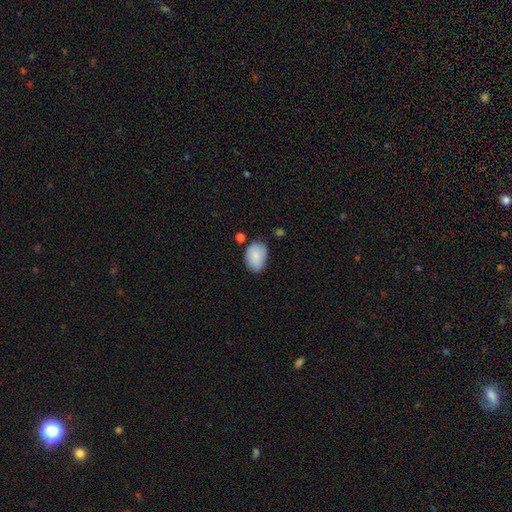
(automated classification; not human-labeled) Morphology: type=smooth (85%); roundness=in between (83%); merging=none (66%).